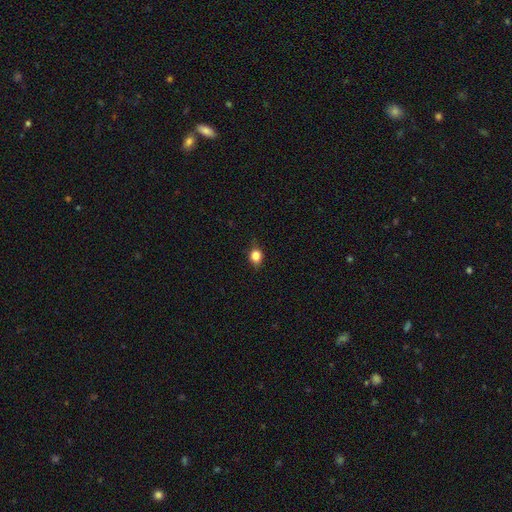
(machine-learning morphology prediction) Q: Smooth or featured?
A: smooth (82%); runner-up: star or artifact (11%)
Q: How rounded?
A: round (63%); runner-up: in between (36%)
Q: Merging?
A: none (76%); runner-up: minor disturbance (19%)